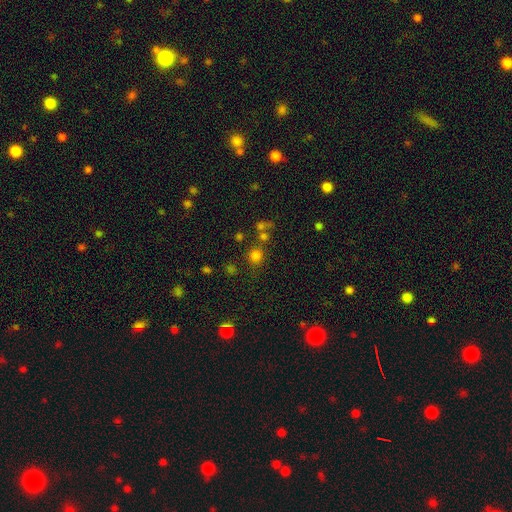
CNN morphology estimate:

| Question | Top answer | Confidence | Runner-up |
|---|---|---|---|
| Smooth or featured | smooth | 73% | star or artifact (21%) |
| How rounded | round | 89% | in between (10%) |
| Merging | none | 73% | merger (13%) |